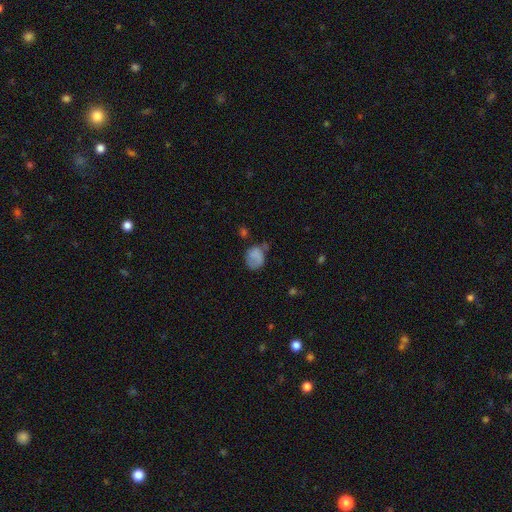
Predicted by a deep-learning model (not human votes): This appears to be a smooth galaxy with no disk features (73%) that is in between round and cigar-shaped (49%, tied with round). Merging: none (40%).